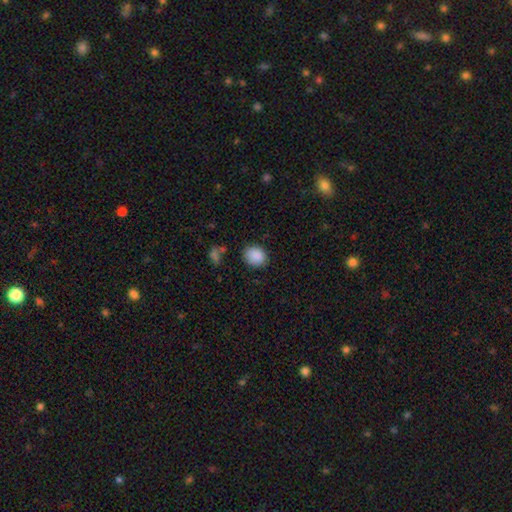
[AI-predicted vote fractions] Overall: smooth (89%). How rounded: round (57%; in between 42%). Merging: none (82%).